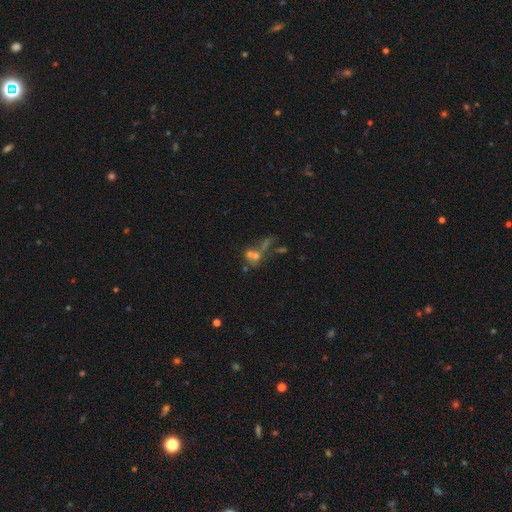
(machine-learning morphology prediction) star or artifact 37%, featured or disk 33%, smooth 31%.